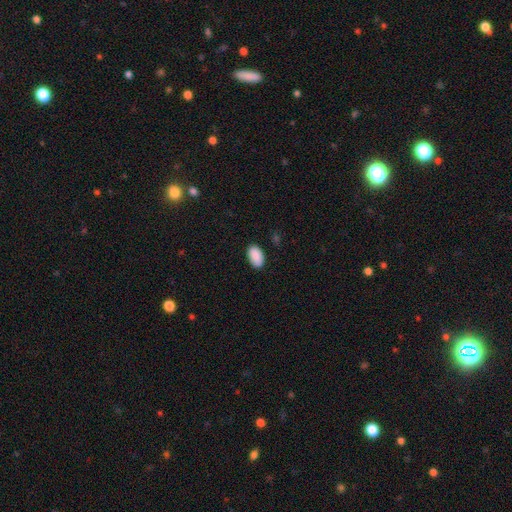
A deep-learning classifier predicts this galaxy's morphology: Smooth or featured? Predicted: smooth (p=0.90). How rounded? Predicted: in between (p=0.94). Merging? Predicted: none (p=0.86).